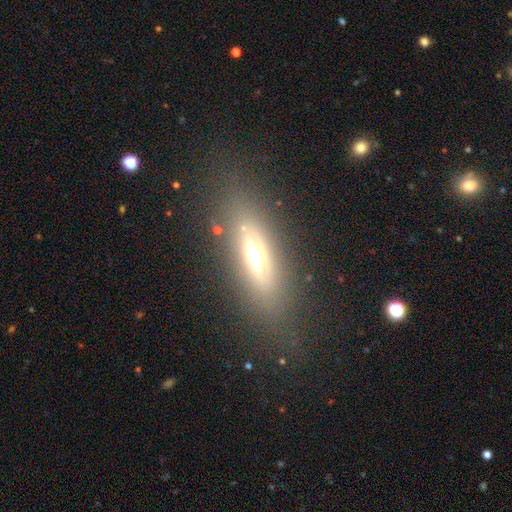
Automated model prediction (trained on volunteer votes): The model was most divided on "smooth or featured": smooth: 45%, featured or disk: 42%, star or artifact: 14%. More confident: merging — none (76%).